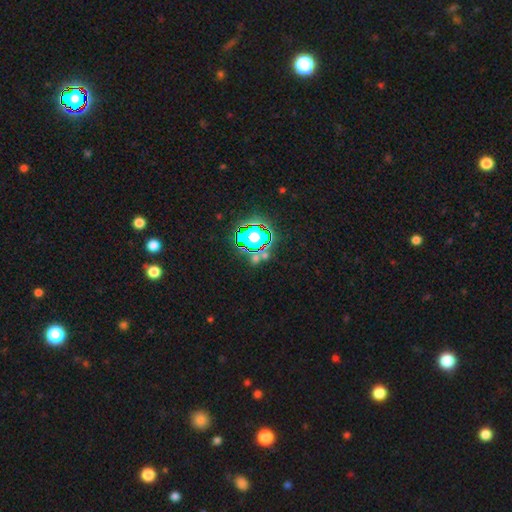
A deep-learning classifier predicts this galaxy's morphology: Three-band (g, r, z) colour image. It shows a star or artifact, not a galaxy (73%).